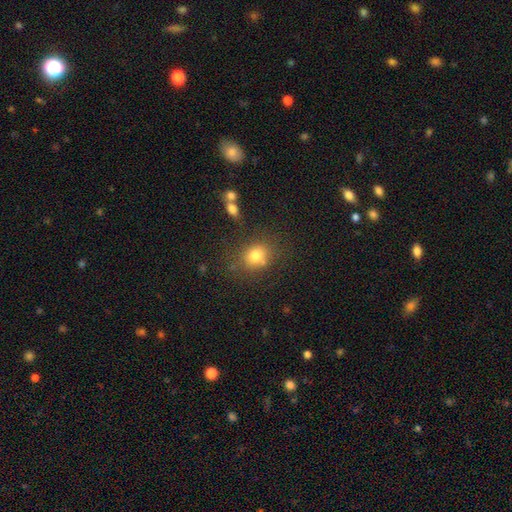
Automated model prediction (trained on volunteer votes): The model was most divided on "how rounded": round: 61%, in between: 38%, cigar-shaped: 1%. More confident: smooth or featured — smooth (77%); merging — none (70%).